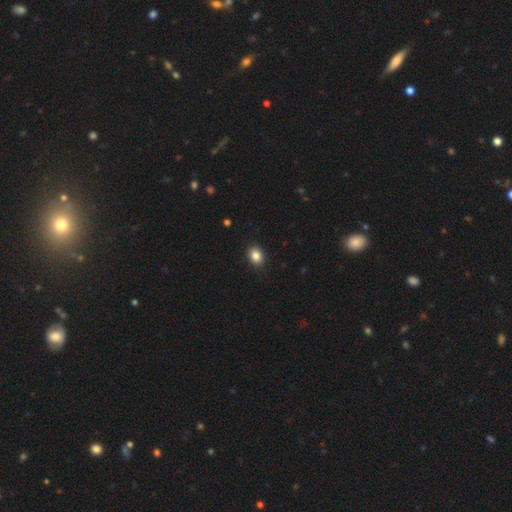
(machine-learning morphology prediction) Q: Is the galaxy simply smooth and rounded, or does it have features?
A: smooth — 86%.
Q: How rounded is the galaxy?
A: in between — 66%.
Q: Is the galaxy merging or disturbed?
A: none — 90%.